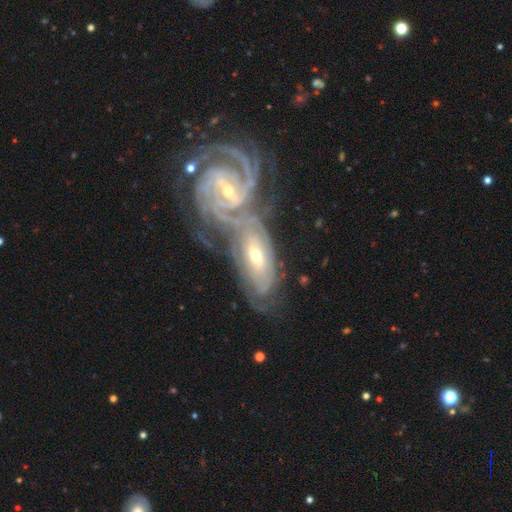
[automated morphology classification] This is likely a featured or disk galaxy (80%). It is clearly not viewed edge-on (91%). Bar: possibly no (48%). Spiral arm pattern: clearly yes (87%). Spiral arm count: possibly can't tell (47%). Spiral winding: likely tight (70%). Central bulge: possibly moderate (55%). Merging: likely merger (61%).